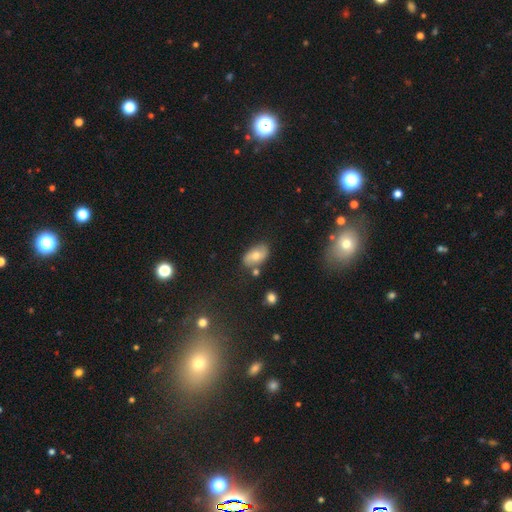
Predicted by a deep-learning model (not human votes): Smooth or featured? smooth (53%)
How rounded? in between (89%)
Merging? none (73%)